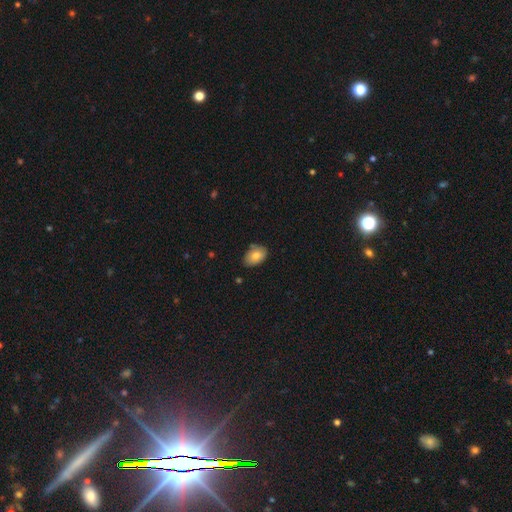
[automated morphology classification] This appears to be a smooth galaxy with no disk features (78%) that is in between round and cigar-shaped (86%). Merging: none (77%).